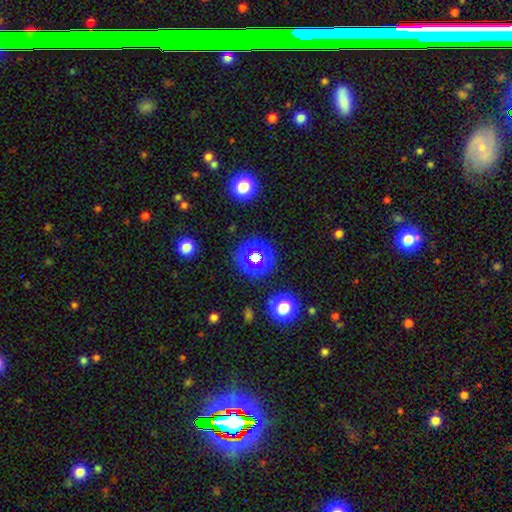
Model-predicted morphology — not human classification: This is likely a star or artifact rather than a galaxy (63%).